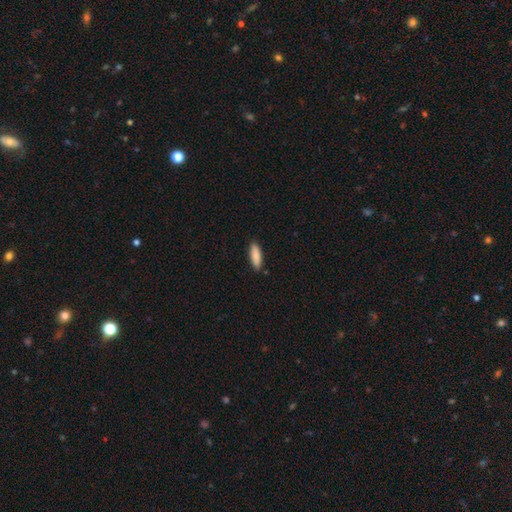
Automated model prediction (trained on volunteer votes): smooth_or_featured: smooth (p=0.87) [alt: featured or disk p=0.07]
how_rounded: cigar-shaped (p=0.52) [alt: in between p=0.47]
merging: none (p=0.88) [alt: minor disturbance p=0.09]